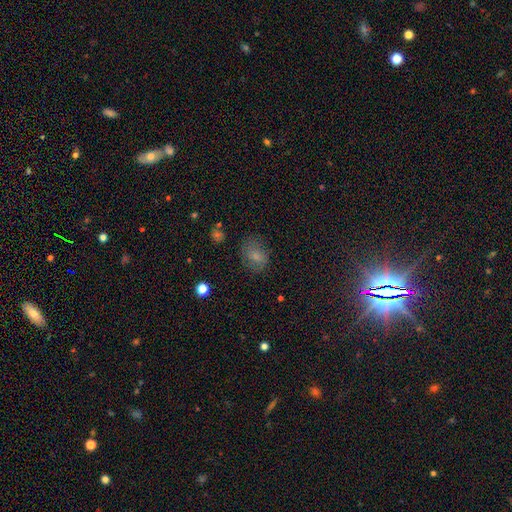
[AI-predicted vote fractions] This appears to be a smooth galaxy with no disk features (72%) that is in between round and cigar-shaped (65%). Merging: none (69%).